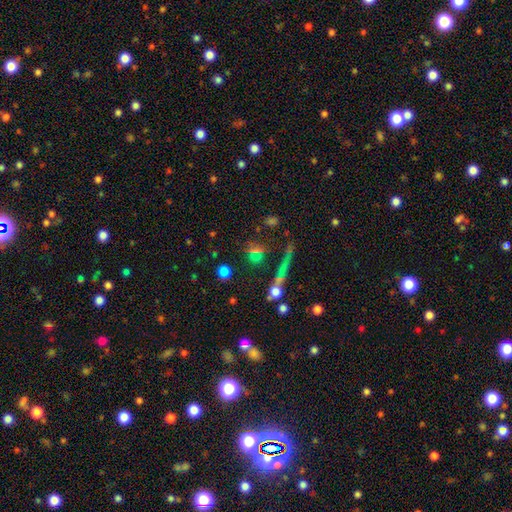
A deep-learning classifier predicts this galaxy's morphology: A smooth galaxy with no disk features (46%).

Vote fractions:
- Smooth or featured? smooth: 46% / star or artifact: 38% / featured or disk: 16%
- Merging? none: 71% / merger: 12% / minor disturbance: 10% / major disturbance: 7%